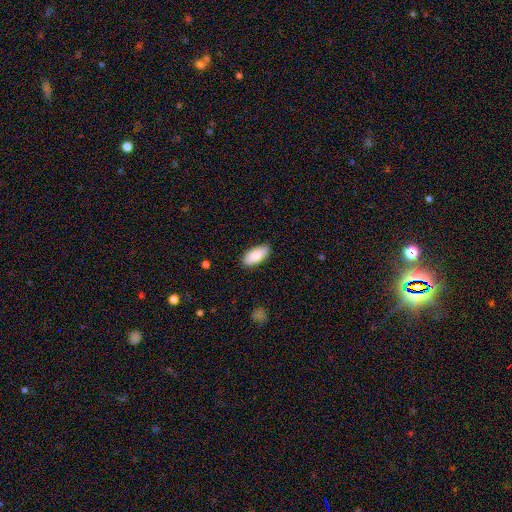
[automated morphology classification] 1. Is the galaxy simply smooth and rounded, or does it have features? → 86% smooth, 8% featured or disk, 6% star or artifact.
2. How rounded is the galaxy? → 91% in between, 7% cigar-shaped, 2% round.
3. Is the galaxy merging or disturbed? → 86% none, 11% minor disturbance, 2% major disturbance, 1% merger.